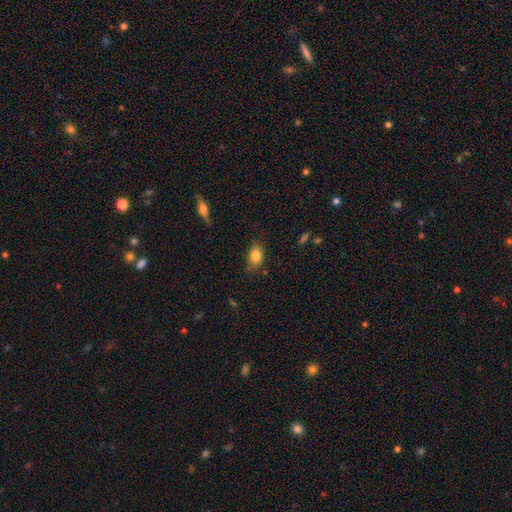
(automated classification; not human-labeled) A smooth galaxy with no disk features (83%) that is in between round and cigar-shaped (74%).

Vote fractions:
- Smooth or featured? smooth: 83% / star or artifact: 9% / featured or disk: 8%
- How rounded? in between: 74% / round: 24% / cigar-shaped: 2%
- Merging? none: 71% / minor disturbance: 22% / major disturbance: 5% / merger: 2%